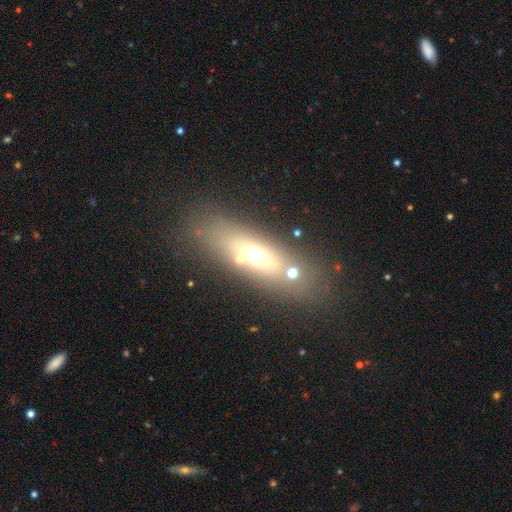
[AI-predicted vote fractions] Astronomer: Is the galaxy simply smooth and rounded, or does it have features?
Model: smooth — 47% (runner-up: featured or disk, 36%).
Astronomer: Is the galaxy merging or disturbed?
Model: none — 67%.